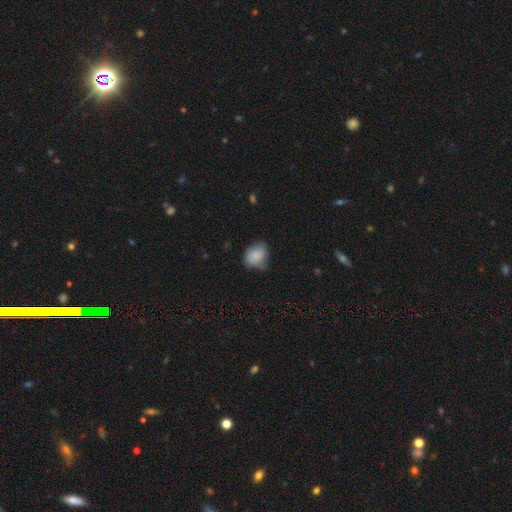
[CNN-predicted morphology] Smooth or featured? smooth (80%)
How rounded? round (51%)
Merging? none (52%)